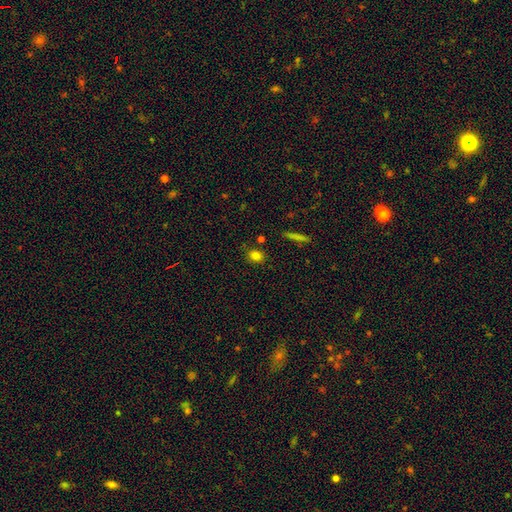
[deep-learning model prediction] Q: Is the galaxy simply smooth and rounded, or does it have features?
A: smooth — 81%.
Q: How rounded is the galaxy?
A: round — 57%.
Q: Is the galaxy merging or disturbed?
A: none — 84%.